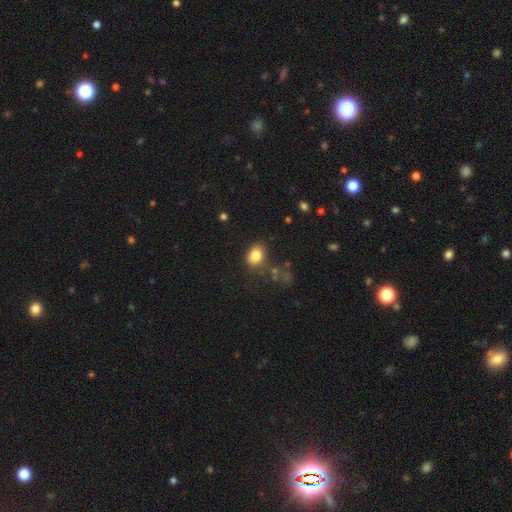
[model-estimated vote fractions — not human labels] Smooth or featured? smooth (82%)
How rounded? in between (65%)
Merging? none (65%)